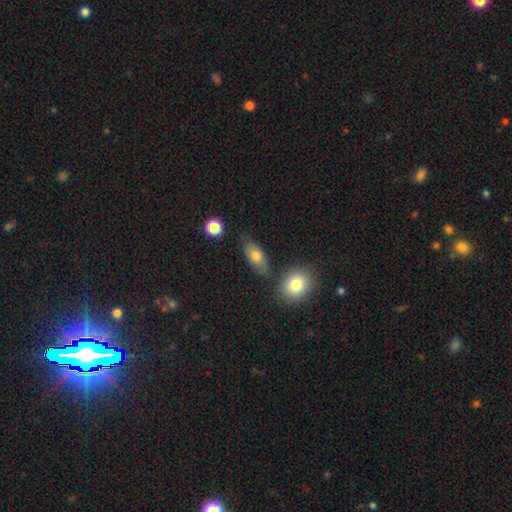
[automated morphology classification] This appears to be a smooth galaxy with no disk features (74%) that is in between round and cigar-shaped (80%). Merging: none (74%).